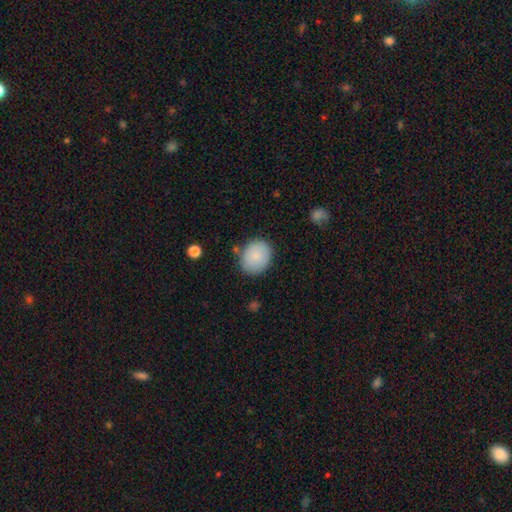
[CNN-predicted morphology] type=smooth (86%); roundness=round (57%); merging=none (80%).